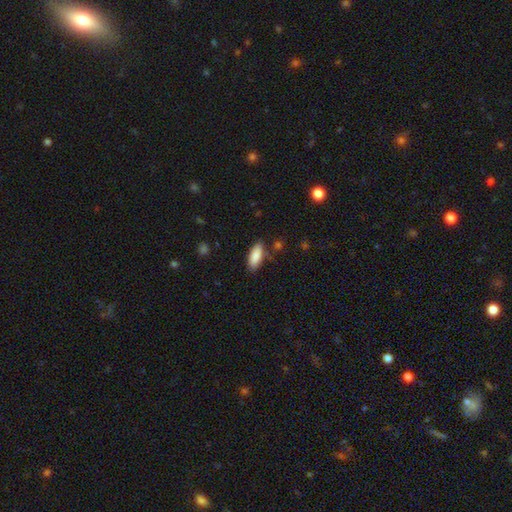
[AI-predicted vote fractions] smooth 88%, star or artifact 6%, featured or disk 6%. Down the decision tree: how rounded — in between (80%); merging — none (80%).